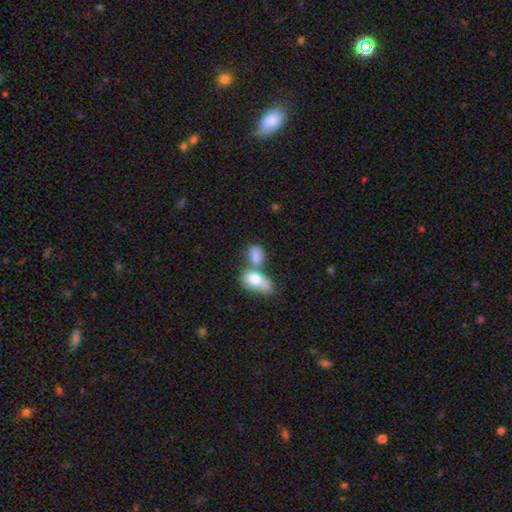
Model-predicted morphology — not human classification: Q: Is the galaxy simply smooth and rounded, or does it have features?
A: smooth — 81%.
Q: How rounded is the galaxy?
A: in between — 83%.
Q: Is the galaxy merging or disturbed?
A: merger — 56%.